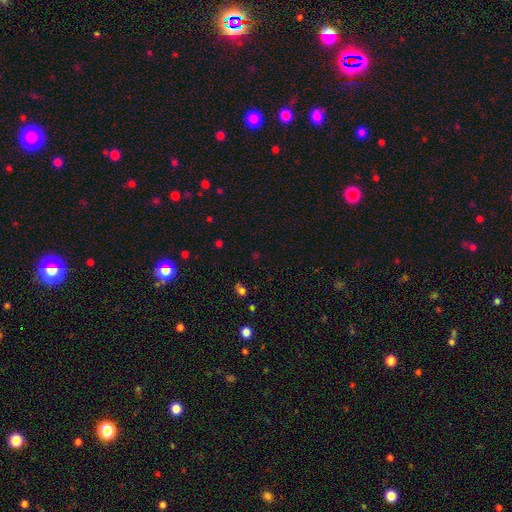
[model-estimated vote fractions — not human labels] Smooth or featured? star or artifact (53%)